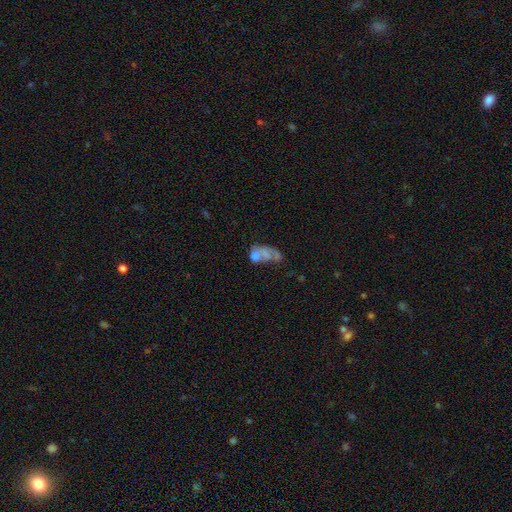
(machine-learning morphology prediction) Q: Smooth or featured?
A: smooth (49%); runner-up: featured or disk (37%)
Q: Merging?
A: merger (44%); runner-up: major disturbance (25%)